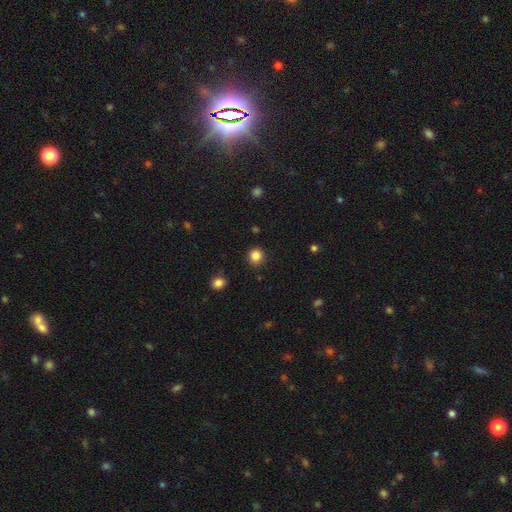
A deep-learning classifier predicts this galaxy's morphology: smooth 85%, star or artifact 11%, featured or disk 4%. Down the decision tree: how rounded — round (90%); merging — none (90%).